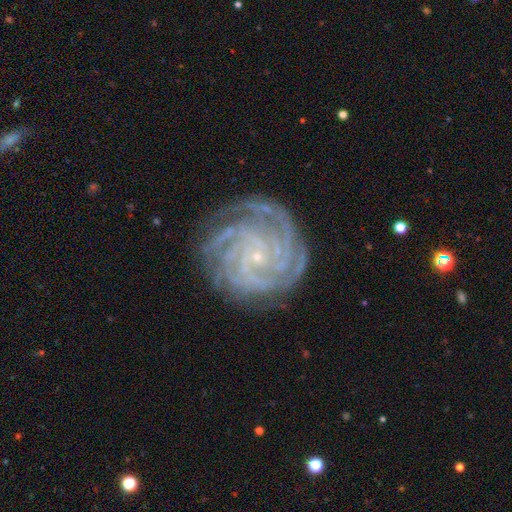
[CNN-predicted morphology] type=featured or disk (90%); edge-on=no (98%); bar=no (69%); spiral arms=yes (99%); winding=tight (83%); arm count=4 (33%); bulge=small (90%); merging=none (80%).